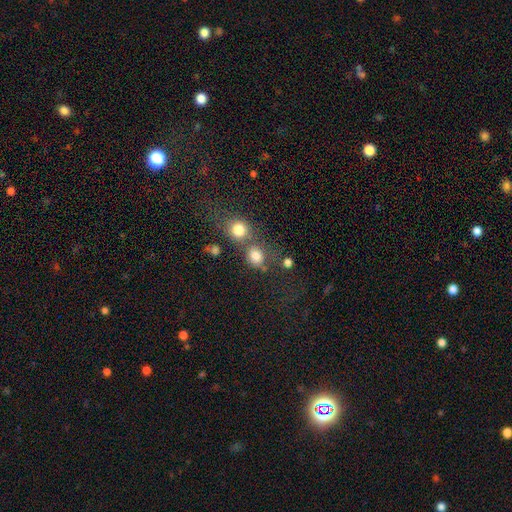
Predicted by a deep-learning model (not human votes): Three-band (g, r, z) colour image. It shows a smooth galaxy with no disk features (79%) that is round (74%). Merging: none (43%).